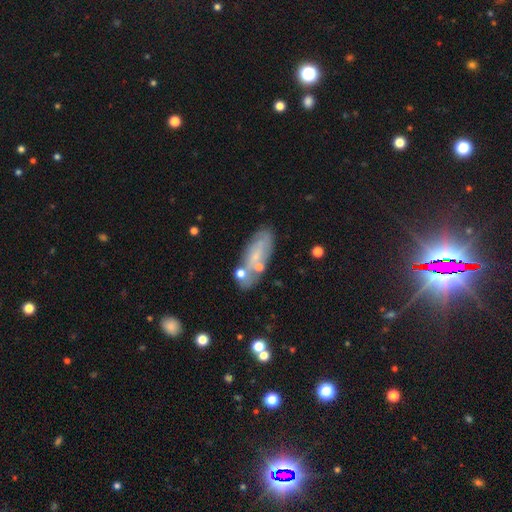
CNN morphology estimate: Smooth or featured: featured or disk — 45% (smooth — 44%)
Merging: none — 63% (minor disturbance — 19%)